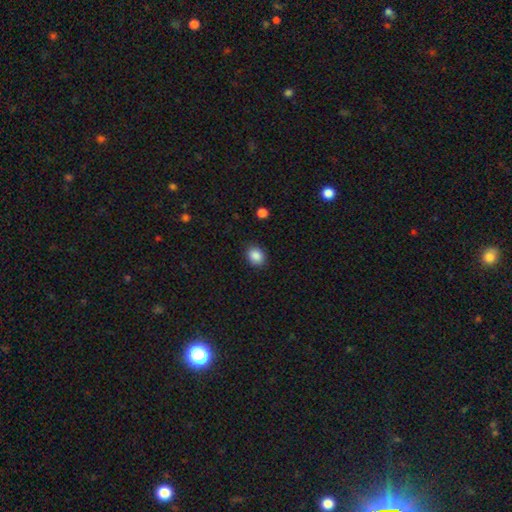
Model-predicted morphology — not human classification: A smooth galaxy with no disk features (88%) that is round (53%). Merging: none (88%).